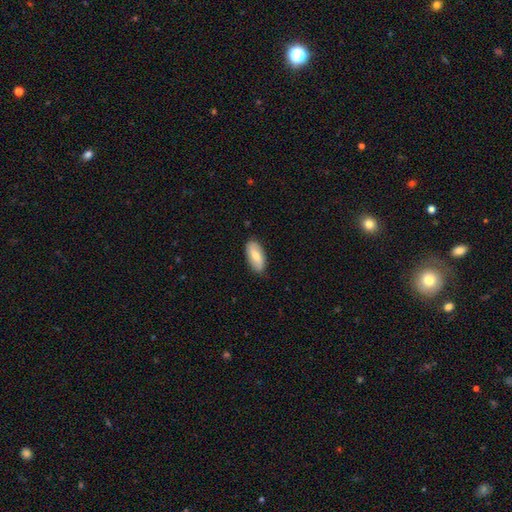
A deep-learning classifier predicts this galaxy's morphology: A smooth galaxy with no disk features (70%) that is in between round and cigar-shaped (88%).

Vote fractions:
- Smooth or featured? smooth: 70% / featured or disk: 24% / star or artifact: 5%
- How rounded? in between: 88% / cigar-shaped: 10% / round: 2%
- Merging? none: 85% / minor disturbance: 12% / major disturbance: 2% / merger: 1%